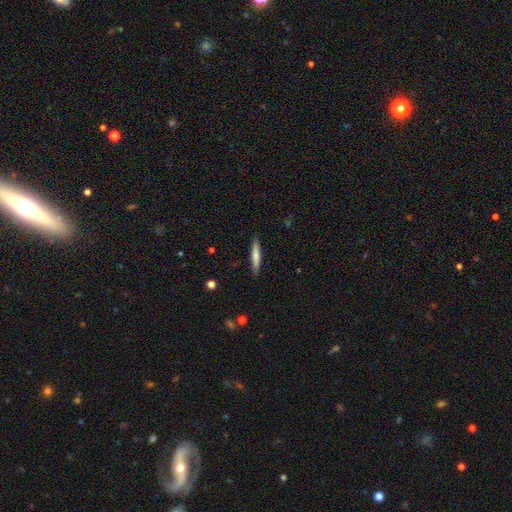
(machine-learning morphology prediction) smooth-or-featured: smooth: 67% | featured or disk: 27% | star or artifact: 6%
  how-rounded: cigar-shaped: 92% | in between: 6% | round: 1%
  merging: none: 90% | minor disturbance: 7% | major disturbance: 2% | merger: 1%